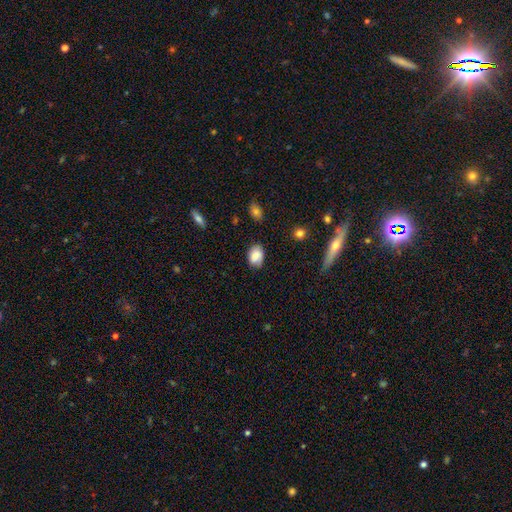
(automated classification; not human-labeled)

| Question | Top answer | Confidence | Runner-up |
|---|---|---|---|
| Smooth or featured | smooth | 82% | featured or disk (9%) |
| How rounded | in between | 79% | round (20%) |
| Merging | none | 71% | minor disturbance (23%) |